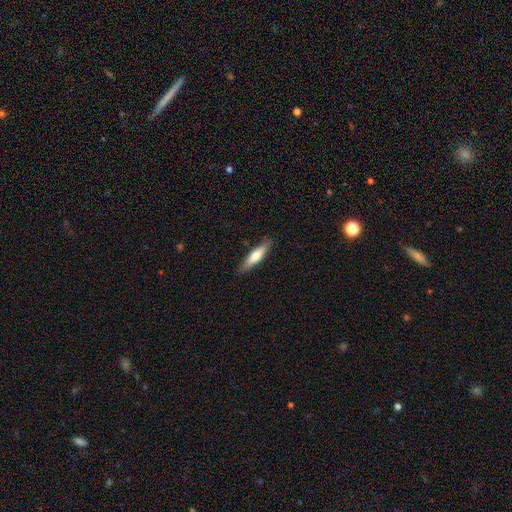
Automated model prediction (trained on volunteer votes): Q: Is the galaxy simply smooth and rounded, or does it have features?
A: smooth — 63%.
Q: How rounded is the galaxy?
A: cigar-shaped — 77%.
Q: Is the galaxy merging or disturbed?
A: none — 86%.